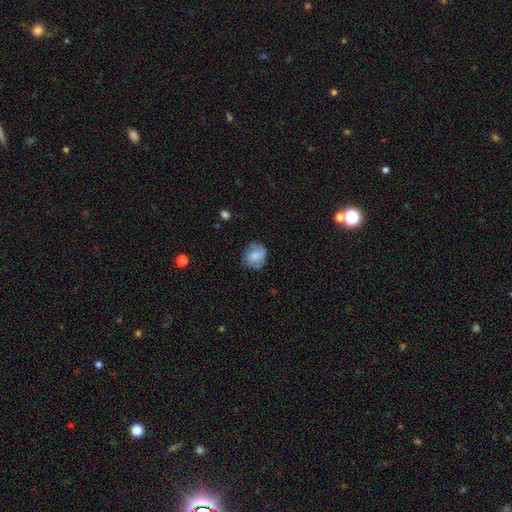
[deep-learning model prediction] The model was most divided on "smooth or featured": smooth: 69%, featured or disk: 23%, star or artifact: 8%. More confident: how rounded — round (75%); merging — none (72%).